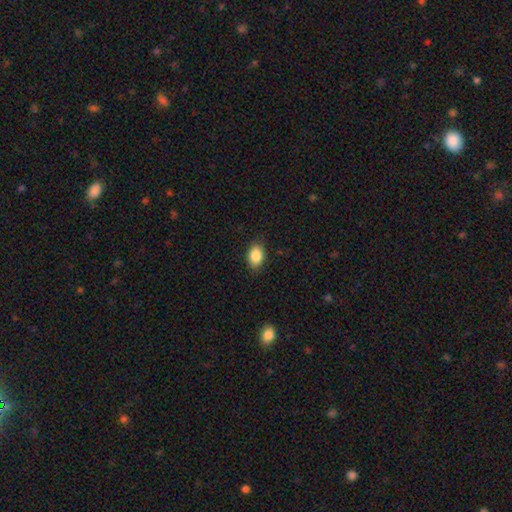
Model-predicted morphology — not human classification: Smooth or featured? Predicted: smooth (p=0.86). How rounded? Predicted: in between (p=0.81). Merging? Predicted: none (p=0.87).